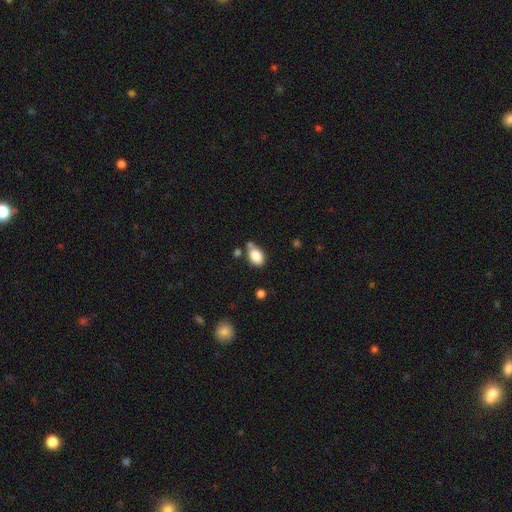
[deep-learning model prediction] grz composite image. It shows a smooth galaxy with no disk features (86%) that is in between round and cigar-shaped (84%). Merging: none (58%).